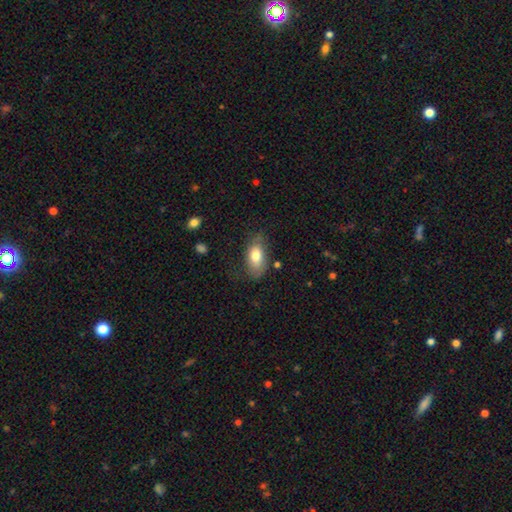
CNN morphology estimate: Smooth or featured?
  - smooth: 75% *
  - featured or disk: 19%
  - star or artifact: 7%
How rounded?
  - in between: 91% *
  - round: 5%
  - cigar-shaped: 4%
Merging?
  - none: 63% *
  - minor disturbance: 25%
  - major disturbance: 9%
  - merger: 2%